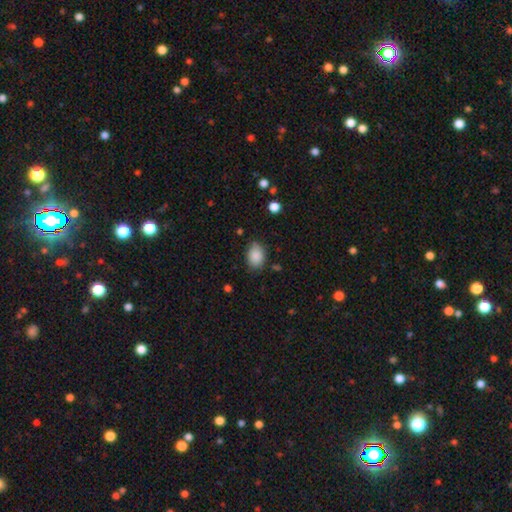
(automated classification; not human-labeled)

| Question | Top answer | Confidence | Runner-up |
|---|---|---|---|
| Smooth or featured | smooth | 88% | star or artifact (8%) |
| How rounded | in between | 78% | round (21%) |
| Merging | none | 78% | minor disturbance (17%) |